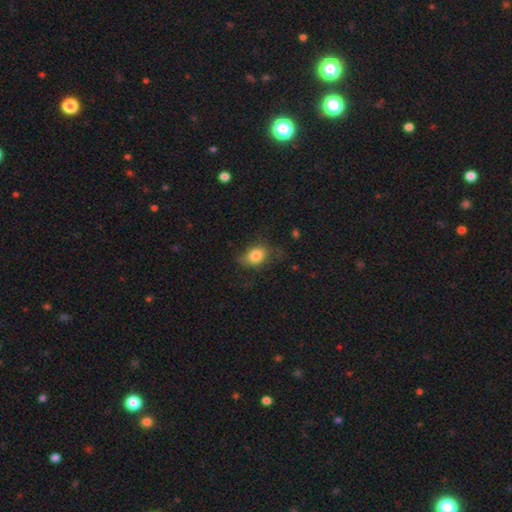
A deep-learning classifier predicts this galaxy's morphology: Smooth or featured?
  - smooth: 79% *
  - featured or disk: 11%
  - star or artifact: 9%
How rounded?
  - in between: 68% *
  - round: 30%
  - cigar-shaped: 2%
Merging?
  - none: 55% *
  - minor disturbance: 29%
  - major disturbance: 14%
  - merger: 2%